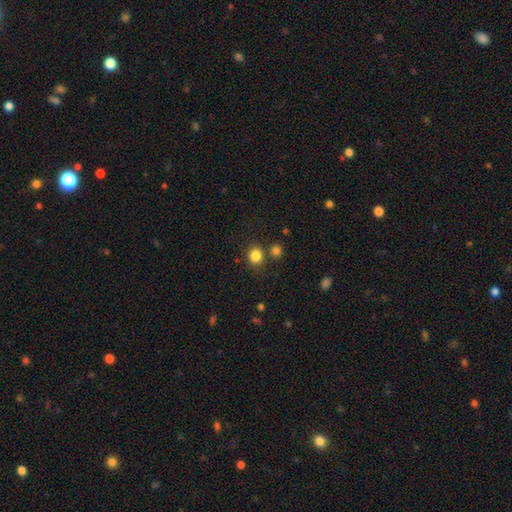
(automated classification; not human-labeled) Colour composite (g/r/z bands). It shows a smooth galaxy with no disk features (84%) that is round (76%). Merging: none (77%).